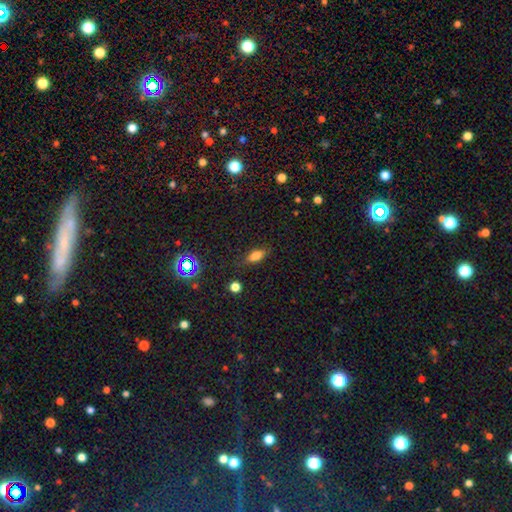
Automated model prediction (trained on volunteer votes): A smooth galaxy with no disk features (77%) that is in between round and cigar-shaped (78%). Merging: none (81%).